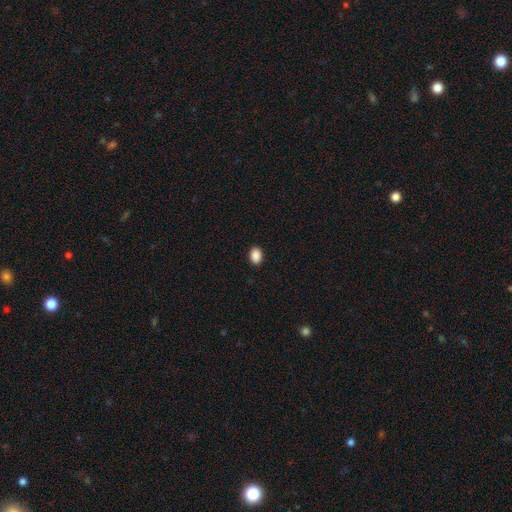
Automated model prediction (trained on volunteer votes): Smooth or featured: smooth — 89% (star or artifact — 8%)
How rounded: in between — 76% (round — 23%)
Merging: none — 91% (minor disturbance — 7%)